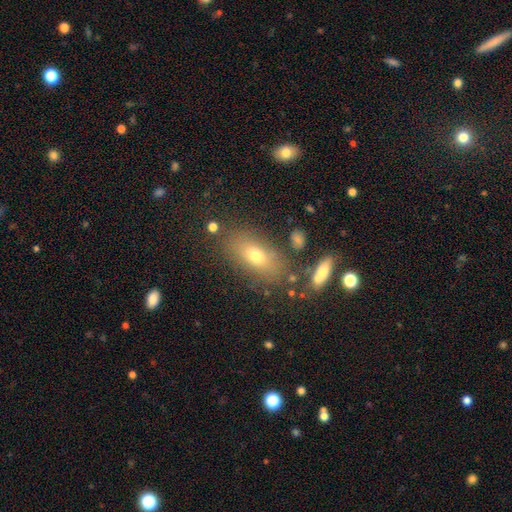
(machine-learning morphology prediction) Smooth or featured?
  - smooth: 69% *
  - featured or disk: 19%
  - star or artifact: 13%
How rounded?
  - in between: 81% *
  - cigar-shaped: 10%
  - round: 9%
Merging?
  - none: 76% *
  - minor disturbance: 13%
  - merger: 5%
  - major disturbance: 5%